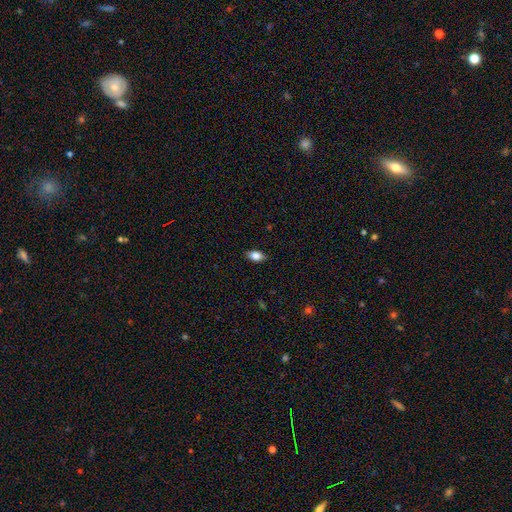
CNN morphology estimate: A smooth galaxy with no disk features (83%) that is in between round and cigar-shaped (88%).

Vote fractions:
- Smooth or featured? smooth: 83% / featured or disk: 9% / star or artifact: 8%
- How rounded? in between: 88% / round: 7% / cigar-shaped: 5%
- Merging? none: 86% / minor disturbance: 10% / major disturbance: 2% / merger: 1%